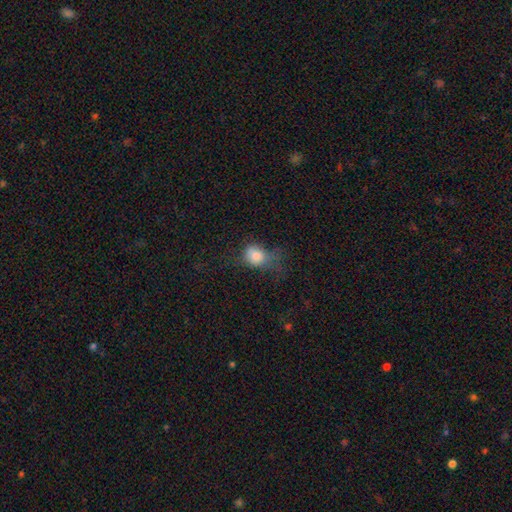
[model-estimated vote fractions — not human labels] The model was most divided on "merging": none: 35%, major disturbance: 33%, minor disturbance: 29%, merger: 3%. More confident: smooth or featured — smooth (77%); how rounded — round (55%).